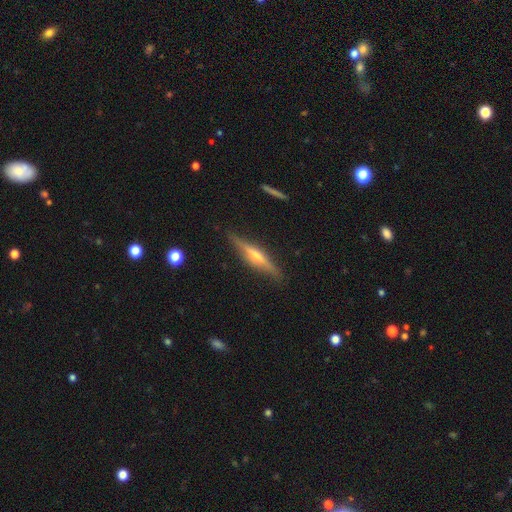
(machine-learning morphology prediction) This appears to be a featured or disk galaxy (72%) viewed edge-on (97%) with a rounded central bulge (76%). Merging: none (87%).